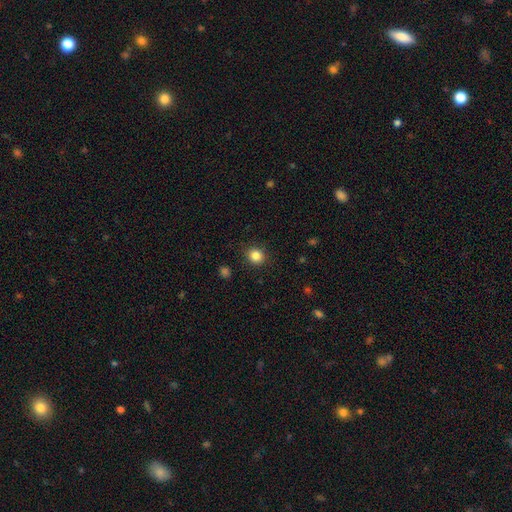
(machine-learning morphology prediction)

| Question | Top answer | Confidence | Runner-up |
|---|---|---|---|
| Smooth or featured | smooth | 84% | star or artifact (11%) |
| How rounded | round | 84% | in between (15%) |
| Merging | none | 90% | minor disturbance (7%) |